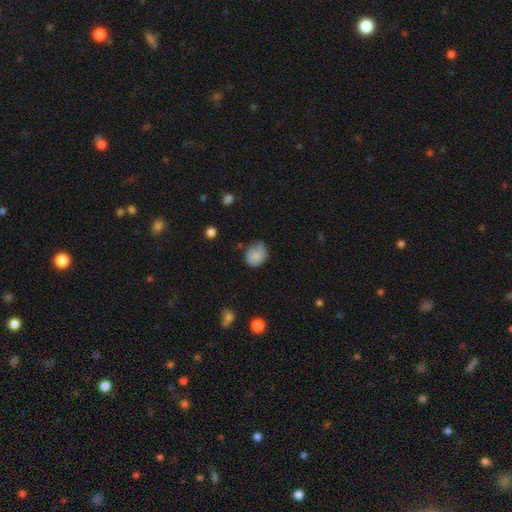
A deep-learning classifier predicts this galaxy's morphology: A smooth galaxy with no disk features (78%) that is round (60%).

Vote fractions:
- Smooth or featured? smooth: 78% / featured or disk: 13% / star or artifact: 9%
- How rounded? round: 60% / in between: 39% / cigar-shaped: 1%
- Merging? none: 48% / minor disturbance: 37% / major disturbance: 12% / merger: 4%